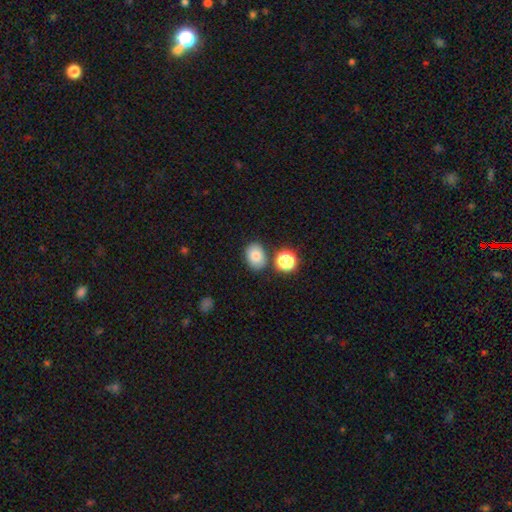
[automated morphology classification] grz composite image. It shows a smooth galaxy with no disk features (80%) that is in between round and cigar-shaped (68%). Merging: none (78%).